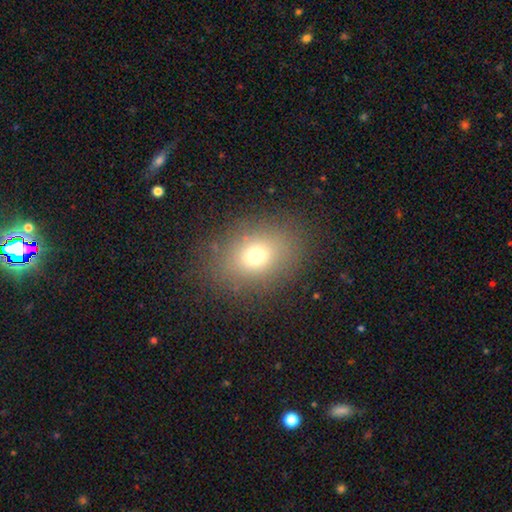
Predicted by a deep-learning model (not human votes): A smooth galaxy with no disk features (70%) that is in between round and cigar-shaped (56%).

Vote fractions:
- Smooth or featured? smooth: 70% / star or artifact: 17% / featured or disk: 13%
- How rounded? in between: 56% / round: 43% / cigar-shaped: 1%
- Merging? none: 83% / minor disturbance: 10% / major disturbance: 5% / merger: 1%